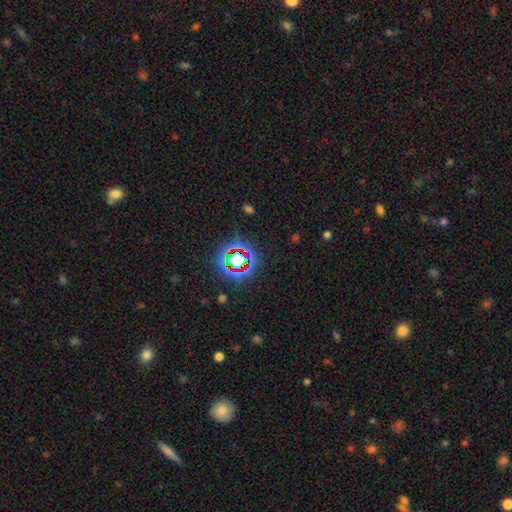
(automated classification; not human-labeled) The model was most divided on "smooth or featured": star or artifact: 75%, smooth: 15%, featured or disk: 9%.